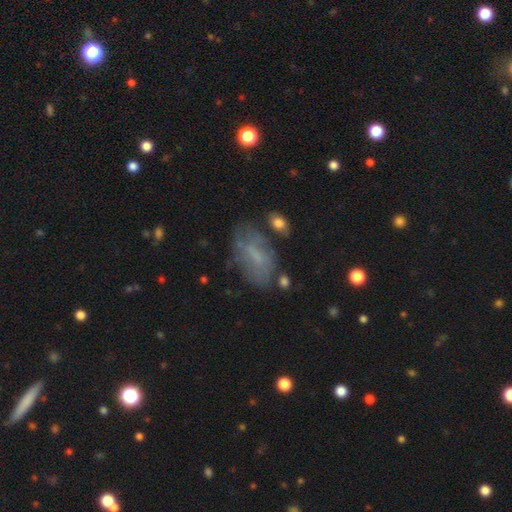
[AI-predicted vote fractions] The model was most divided on "smooth or featured": smooth: 48%, featured or disk: 39%, star or artifact: 13%. More confident: merging — none (56%).